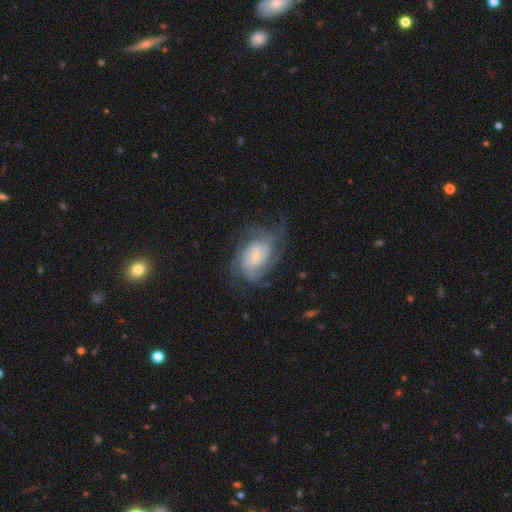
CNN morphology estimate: This is clearly a featured or disk galaxy (81%). It is clearly not viewed edge-on (97%). Bar: possibly weak (49%). Spiral arm pattern: clearly yes (95%). Spiral arm count: marginally can't tell (34%). Spiral winding: possibly tight (53%). Central bulge: likely small (64%). Merging: likely none (63%).